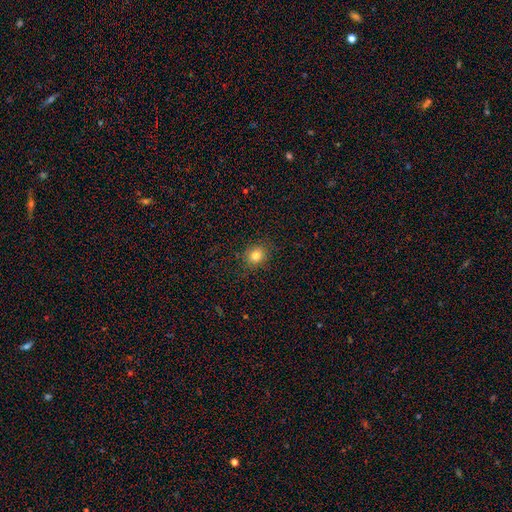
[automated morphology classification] Smooth or featured? smooth (81%)
How rounded? round (73%)
Merging? none (87%)